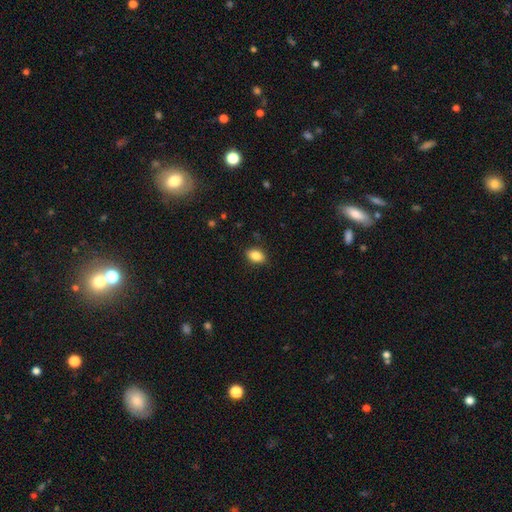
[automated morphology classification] Q: Smooth or featured?
A: smooth (86%); runner-up: star or artifact (9%)
Q: How rounded?
A: in between (85%); runner-up: round (14%)
Q: Merging?
A: none (86%); runner-up: minor disturbance (11%)